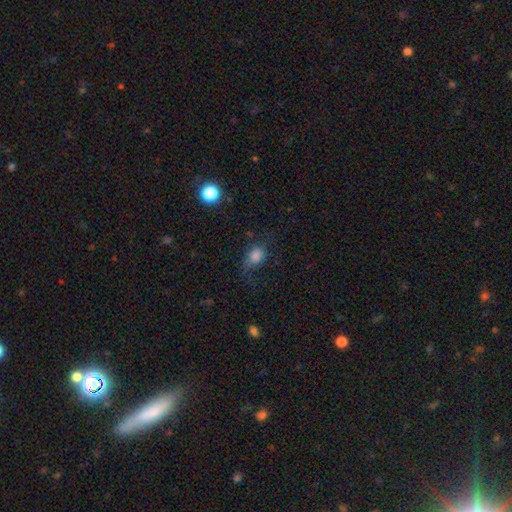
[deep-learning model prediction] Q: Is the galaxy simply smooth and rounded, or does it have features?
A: smooth — 76%.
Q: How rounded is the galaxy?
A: in between — 63%.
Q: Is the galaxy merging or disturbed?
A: none — 46%.